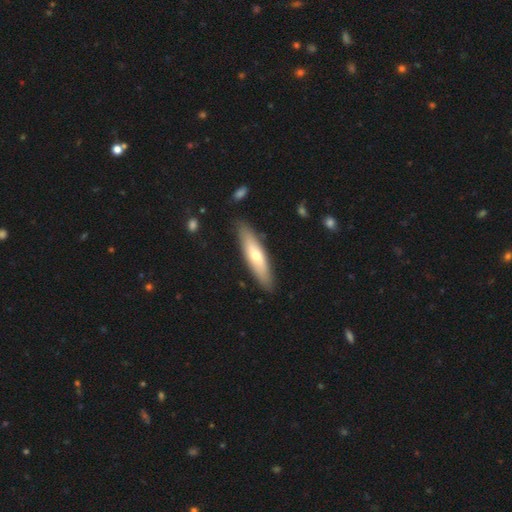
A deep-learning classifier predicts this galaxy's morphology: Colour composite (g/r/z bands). It shows a smooth galaxy with no disk features (54%) that is cigar-shaped (71%). Merging: none (86%).